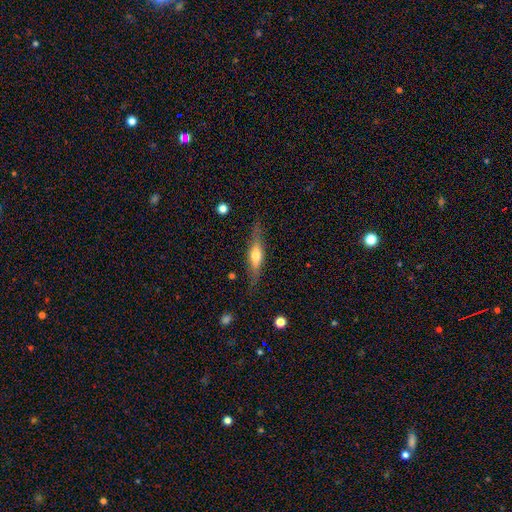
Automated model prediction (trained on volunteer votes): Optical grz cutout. It shows a featured or disk galaxy (53%) viewed edge-on (89%). Merging: none (80%).